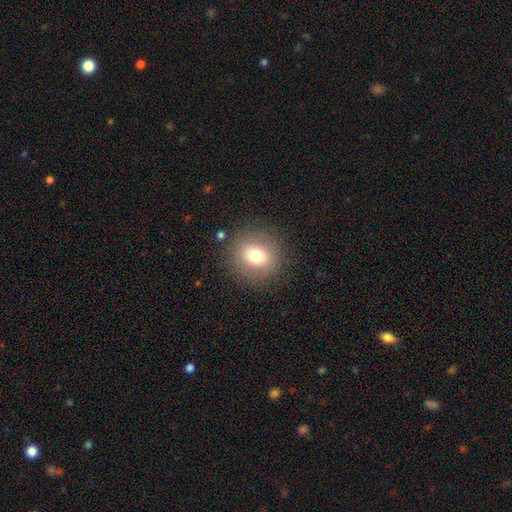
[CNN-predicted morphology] A smooth galaxy with no disk features (72%) that is round (91%). Merging: none (86%).